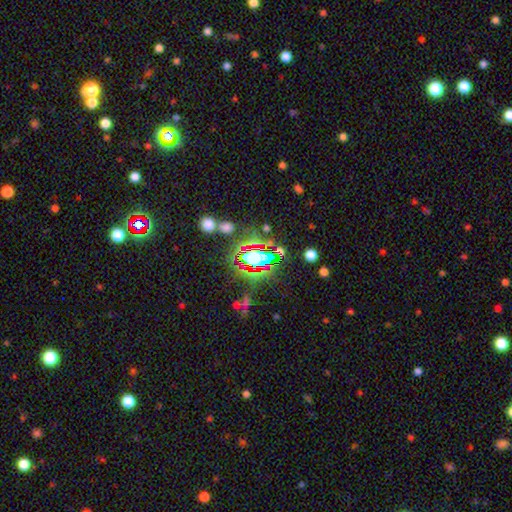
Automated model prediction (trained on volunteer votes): A star or artifact, not a galaxy (61%).

Vote fractions:
- Smooth or featured? star or artifact: 61% / smooth: 27% / featured or disk: 12%